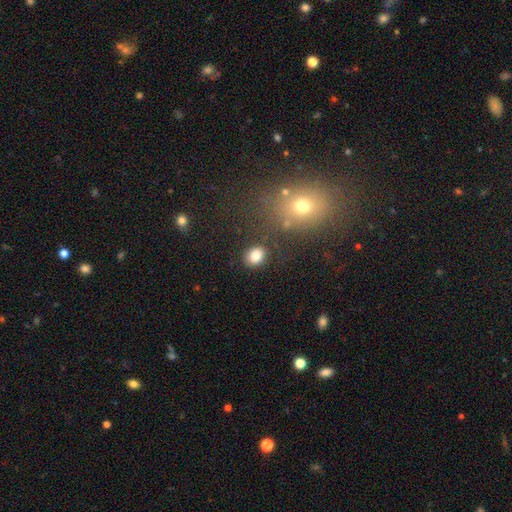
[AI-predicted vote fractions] A smooth galaxy with no disk features (84%) that is round (53%).

Vote fractions:
- Smooth or featured? smooth: 84% / star or artifact: 10% / featured or disk: 6%
- How rounded? round: 53% / in between: 46% / cigar-shaped: 1%
- Merging? none: 80% / minor disturbance: 12% / merger: 4% / major disturbance: 4%